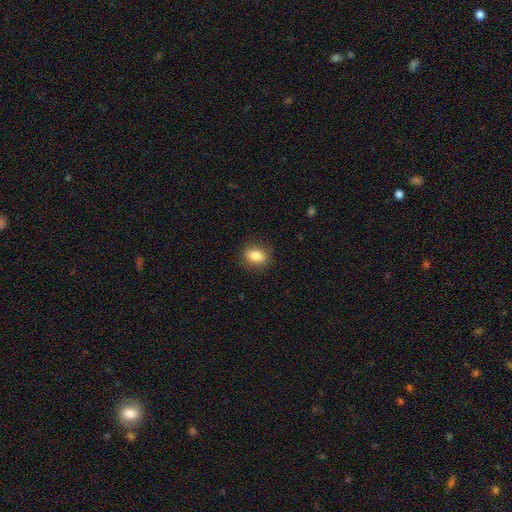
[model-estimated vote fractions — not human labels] smooth_or_featured: smooth (p=0.84) [alt: star or artifact p=0.09]
how_rounded: in between (p=0.70) [alt: round p=0.29]
merging: none (p=0.87) [alt: minor disturbance p=0.09]